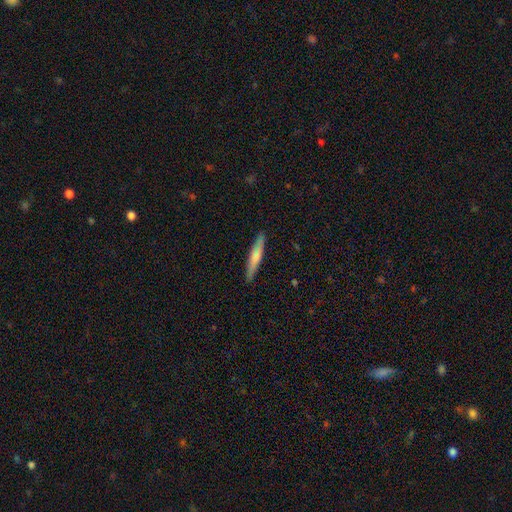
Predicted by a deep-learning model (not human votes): This is likely a smooth galaxy (61%). How rounded: clearly cigar-shaped (91%). Merging: clearly none (89%).